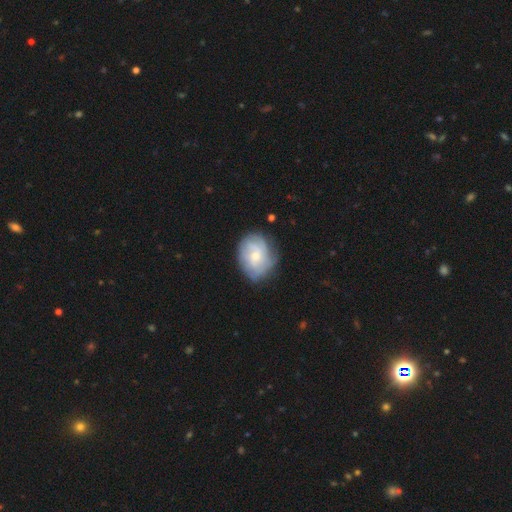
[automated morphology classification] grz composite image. It shows a featured or disk galaxy (51%). Merging: none (66%).